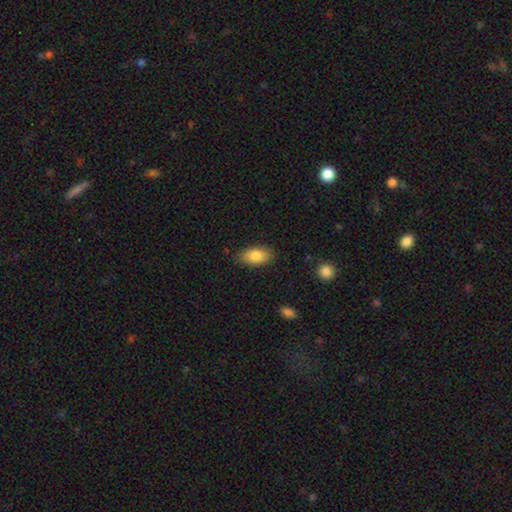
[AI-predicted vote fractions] smooth-or-featured: smooth: 85% | featured or disk: 8% | star or artifact: 7%
  how-rounded: in between: 93% | round: 4% | cigar-shaped: 3%
  merging: none: 83% | minor disturbance: 13% | major disturbance: 3% | merger: 1%